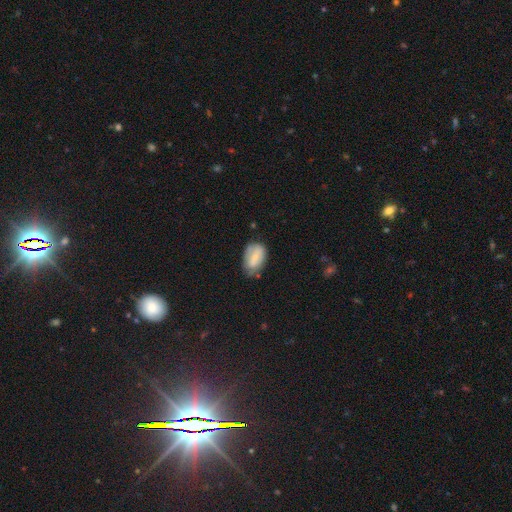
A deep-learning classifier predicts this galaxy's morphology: Smooth or featured: smooth — 67% (featured or disk — 26%)
How rounded: in between — 90% (round — 8%)
Merging: none — 54% (minor disturbance — 33%)